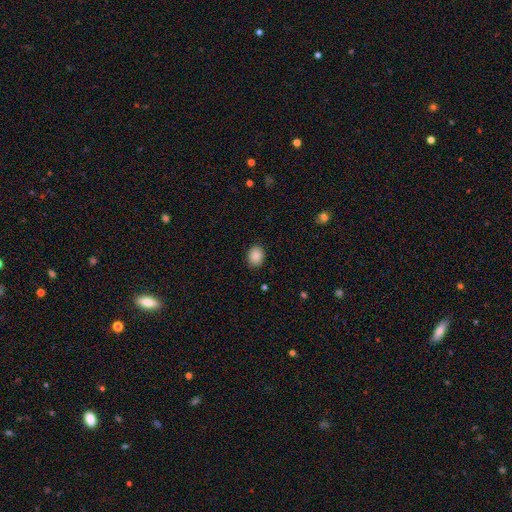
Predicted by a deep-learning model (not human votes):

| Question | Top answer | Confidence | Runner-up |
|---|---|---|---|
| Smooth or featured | smooth | 89% | star or artifact (8%) |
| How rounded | in between | 51% | round (48%) |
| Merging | none | 89% | minor disturbance (8%) |